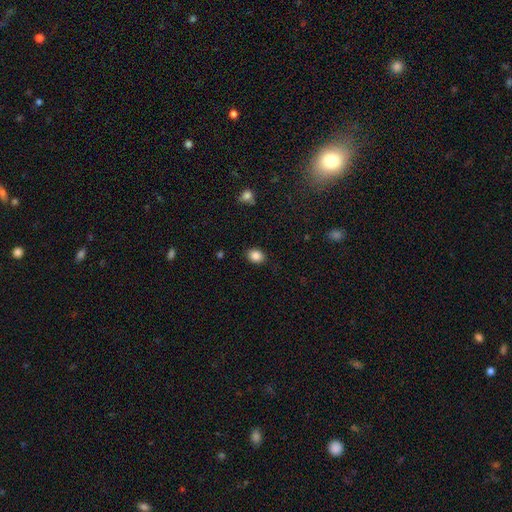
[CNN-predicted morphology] smooth_or_featured: smooth (p=0.86) [alt: star or artifact p=0.09]
how_rounded: in between (p=0.58) [alt: round p=0.41]
merging: none (p=0.87) [alt: minor disturbance p=0.10]